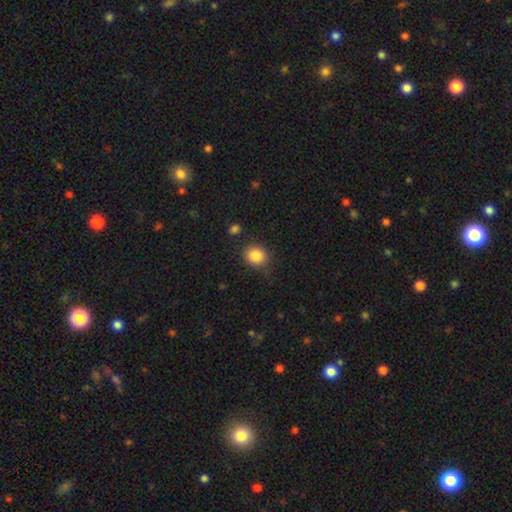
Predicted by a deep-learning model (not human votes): Morphology: type=smooth (86%); roundness=round (77%); merging=none (83%).